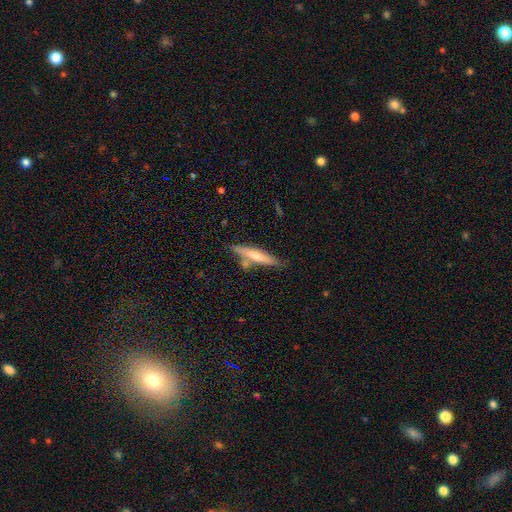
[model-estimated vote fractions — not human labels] Smooth or featured?
  - smooth: 54% *
  - featured or disk: 40%
  - star or artifact: 6%
How rounded?
  - cigar-shaped: 87% *
  - in between: 11%
  - round: 2%
Merging?
  - none: 70% *
  - minor disturbance: 15%
  - merger: 12%
  - major disturbance: 3%